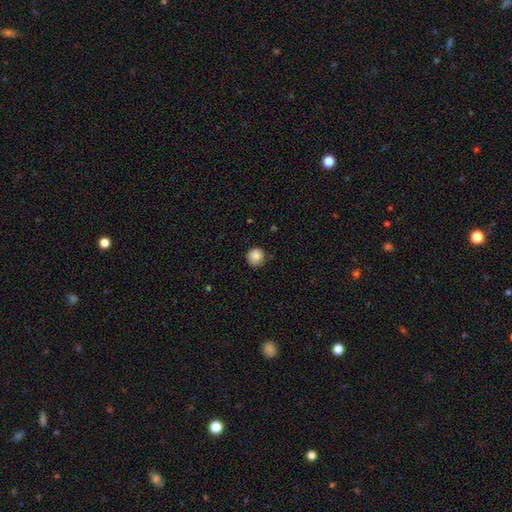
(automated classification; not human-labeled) Smooth or featured? Predicted: smooth (p=0.87). How rounded? Predicted: round (p=0.92). Merging? Predicted: none (p=0.81).